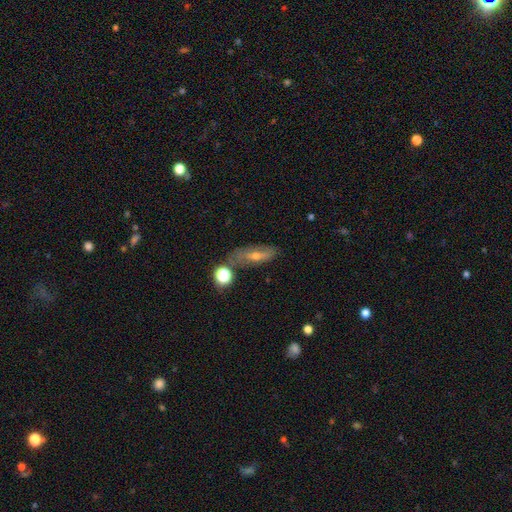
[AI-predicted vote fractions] smooth-or-featured: featured or disk: 50% | smooth: 38% | star or artifact: 12%
  merging: none: 70% | minor disturbance: 17% | merger: 7% | major disturbance: 6%